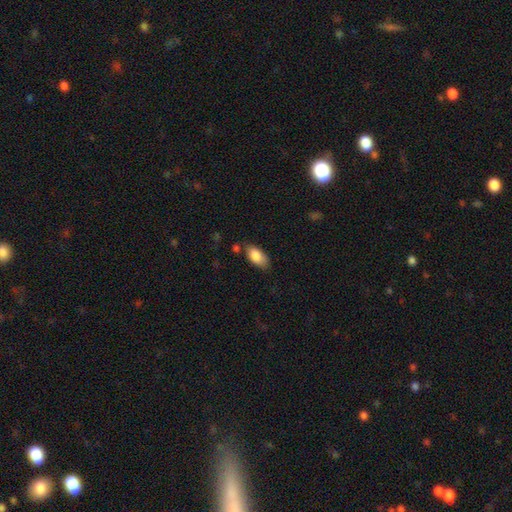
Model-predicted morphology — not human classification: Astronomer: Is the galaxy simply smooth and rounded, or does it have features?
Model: smooth — 85%.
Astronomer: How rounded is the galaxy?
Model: in between — 92%.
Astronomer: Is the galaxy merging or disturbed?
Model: none — 68%.